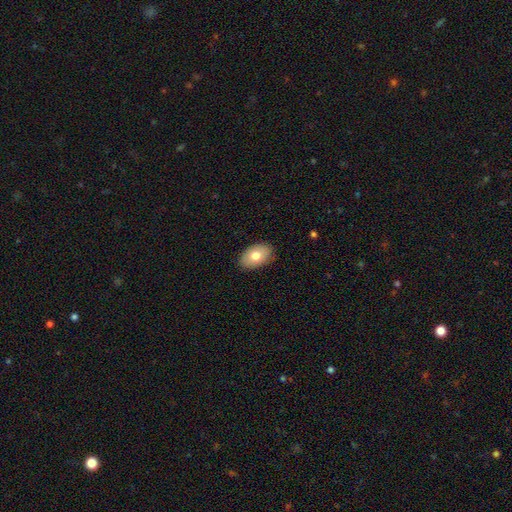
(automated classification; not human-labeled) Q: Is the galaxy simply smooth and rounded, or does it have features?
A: smooth — 76%.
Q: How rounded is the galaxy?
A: in between — 91%.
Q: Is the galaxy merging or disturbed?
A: none — 87%.